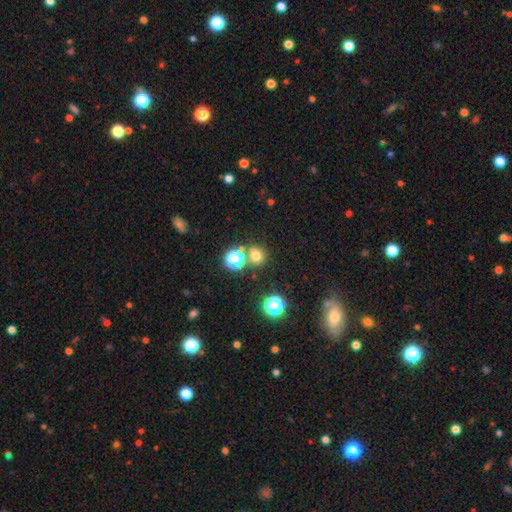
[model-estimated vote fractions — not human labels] The model was most divided on "smooth or featured": smooth: 68%, star or artifact: 25%, featured or disk: 8%. More confident: how rounded — round (86%); merging — none (70%).